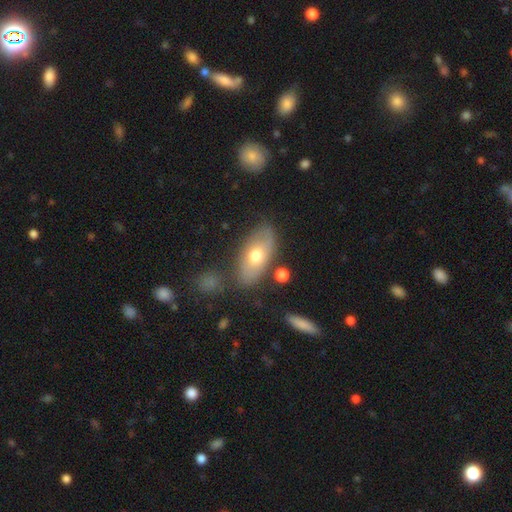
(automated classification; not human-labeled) Overall: smooth (59%; featured or disk 34%). How rounded: in between (90%). Merging: none (74%).